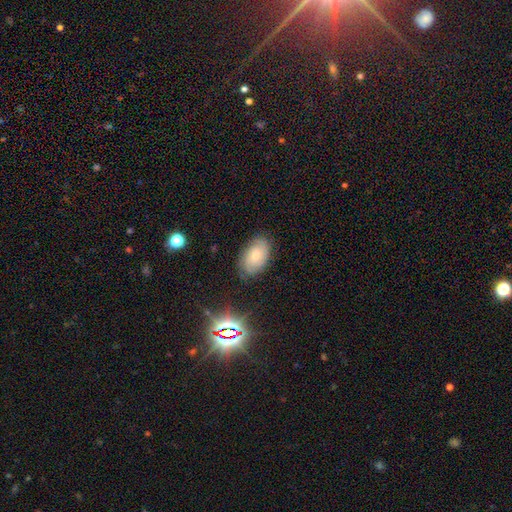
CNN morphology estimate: type=smooth (47%); merging=none (77%).